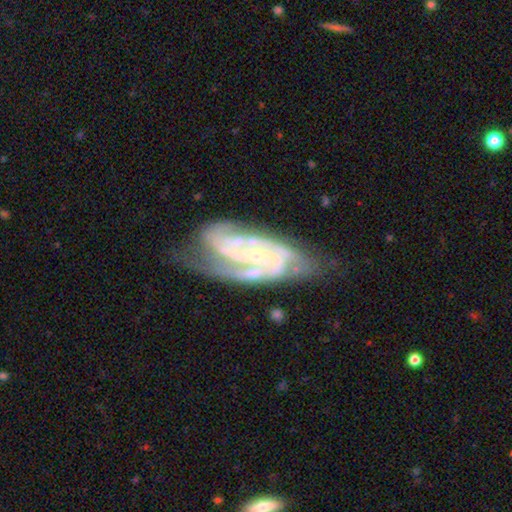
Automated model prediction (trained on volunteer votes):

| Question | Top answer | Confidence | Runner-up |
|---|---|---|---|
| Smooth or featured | featured or disk | 89% | star or artifact (6%) |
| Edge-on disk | no | 95% | yes (5%) |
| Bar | no | 40% | weak (36%) |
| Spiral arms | yes | 97% | no (3%) |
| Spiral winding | tight | 52% | medium (40%) |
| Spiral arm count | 2 | 40% | 3 (31%) |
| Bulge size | small | 74% | moderate (21%) |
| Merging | none | 59% | minor disturbance (24%) |